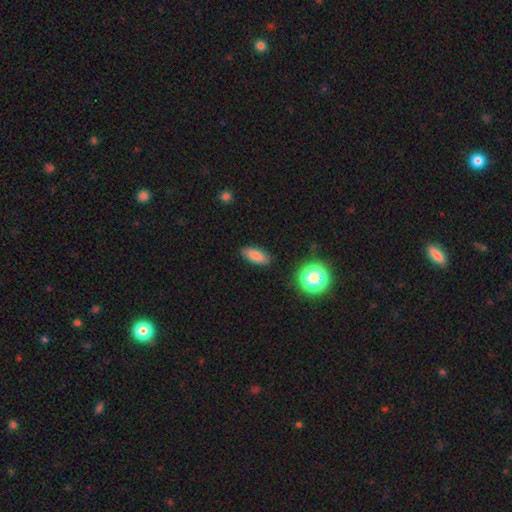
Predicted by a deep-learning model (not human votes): Smooth or featured? smooth (81%)
How rounded? in between (76%)
Merging? none (86%)